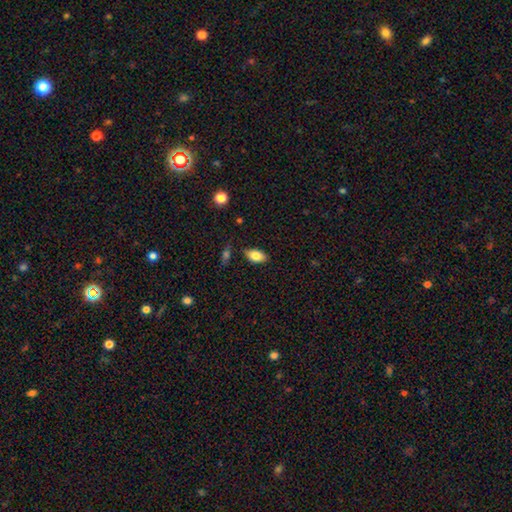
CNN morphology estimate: type=smooth (81%); roundness=in between (92%); merging=none (82%).